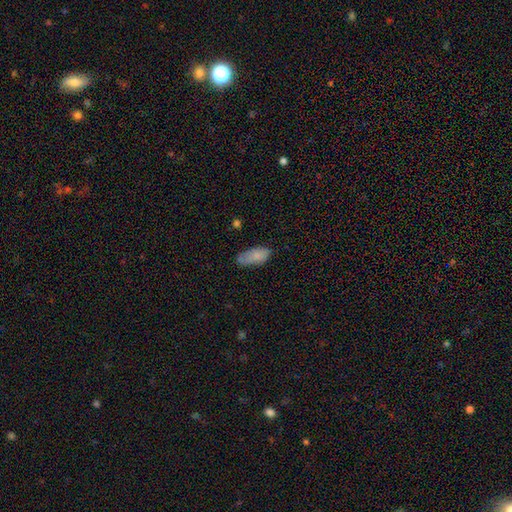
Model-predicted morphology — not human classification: The model was most divided on "merging": none: 60%, minor disturbance: 29%, major disturbance: 8%, merger: 3%. More confident: how rounded — in between (87%); smooth or featured — smooth (79%).